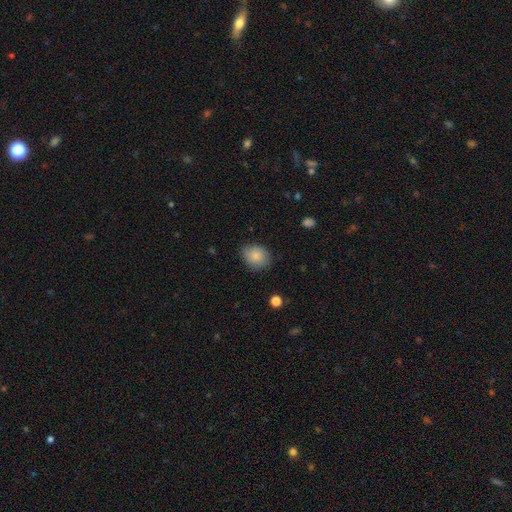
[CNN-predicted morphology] This is clearly a smooth galaxy (85%). How rounded: possibly in between (52%). Merging: clearly none (81%).